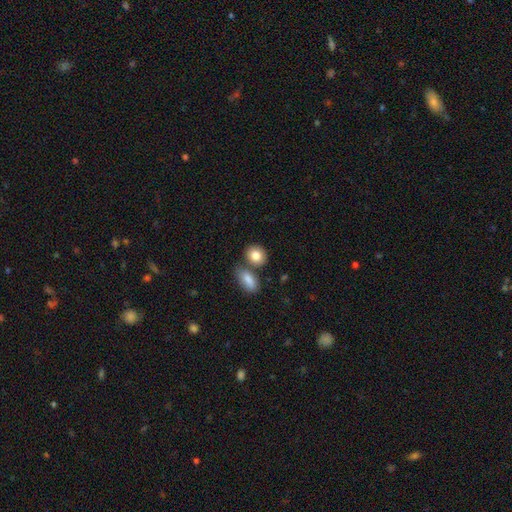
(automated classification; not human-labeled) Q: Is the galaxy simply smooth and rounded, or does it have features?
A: smooth — 83%.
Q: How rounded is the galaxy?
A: round — 50%.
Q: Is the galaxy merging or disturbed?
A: none — 62%.